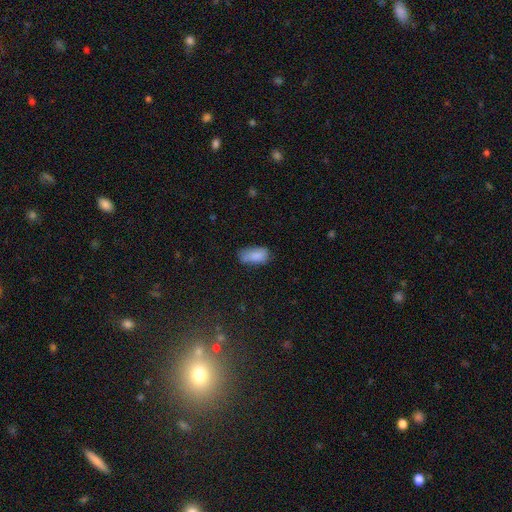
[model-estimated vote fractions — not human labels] Smooth or featured? Predicted: smooth (p=0.82). How rounded? Predicted: in between (p=0.92). Merging? Predicted: none (p=0.53).